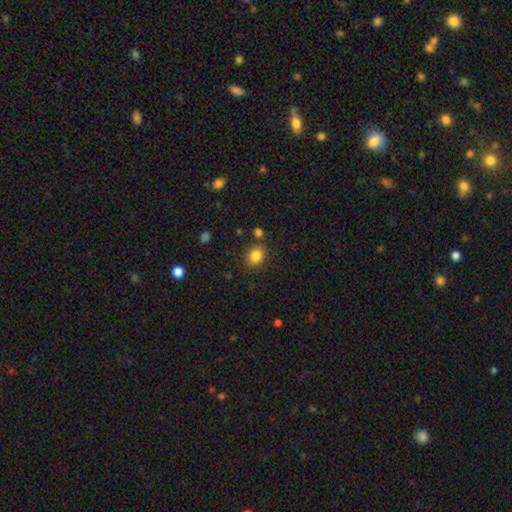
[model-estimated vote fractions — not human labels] Morphology: type=smooth (84%); roundness=round (61%); merging=none (82%).